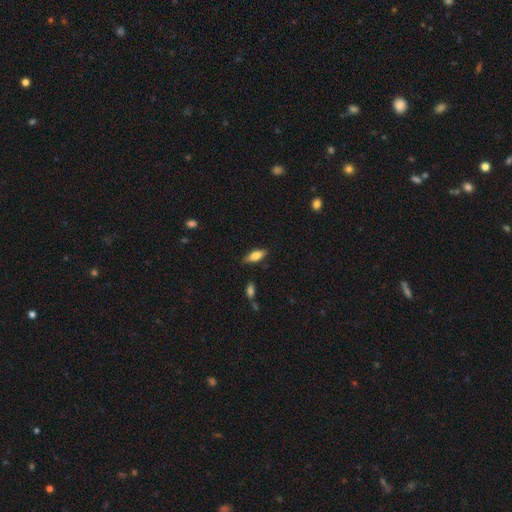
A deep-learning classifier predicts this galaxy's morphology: smooth_or_featured: smooth (p=0.70) [alt: featured or disk p=0.23]
how_rounded: in between (p=0.73) [alt: cigar-shaped p=0.25]
merging: none (p=0.81) [alt: minor disturbance p=0.14]